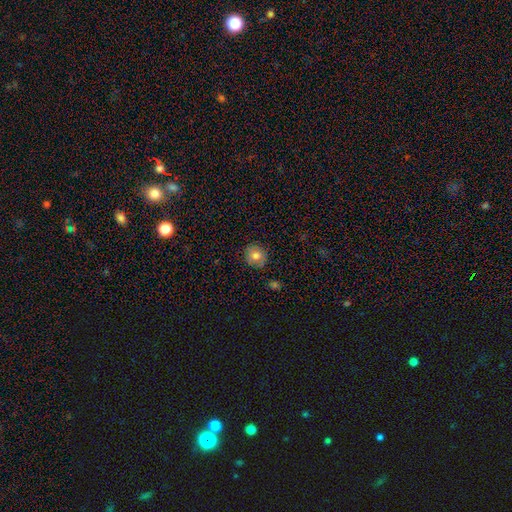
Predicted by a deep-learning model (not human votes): Overall: smooth (76%). How rounded: round (88%). Merging: none (88%).